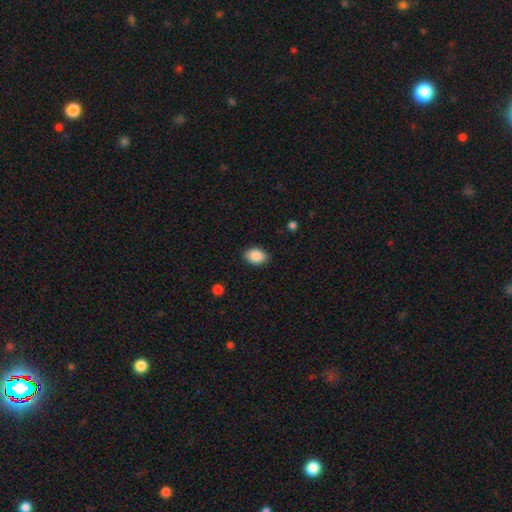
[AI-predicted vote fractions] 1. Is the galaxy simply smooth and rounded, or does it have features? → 88% smooth, 7% star or artifact, 4% featured or disk.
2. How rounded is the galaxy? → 84% in between, 15% round, 1% cigar-shaped.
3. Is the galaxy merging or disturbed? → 86% none, 10% minor disturbance, 2% major disturbance, 1% merger.